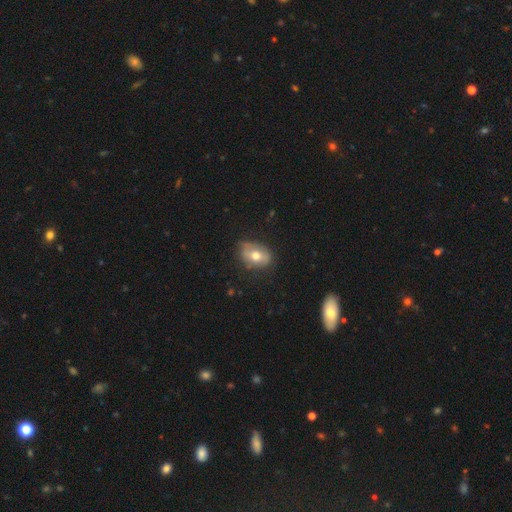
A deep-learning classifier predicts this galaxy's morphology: Smooth or featured?
  - smooth: 58% *
  - featured or disk: 35%
  - star or artifact: 7%
How rounded?
  - in between: 76% *
  - round: 22%
  - cigar-shaped: 2%
Merging?
  - none: 69% *
  - minor disturbance: 24%
  - major disturbance: 6%
  - merger: 2%